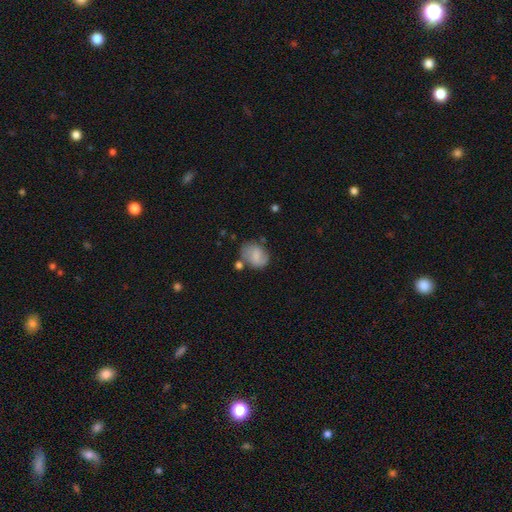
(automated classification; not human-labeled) smooth-or-featured: smooth: 67% | featured or disk: 24% | star or artifact: 9%
  how-rounded: in between: 58% | round: 41% | cigar-shaped: 1%
  merging: none: 57% | minor disturbance: 24% | merger: 10% | major disturbance: 9%